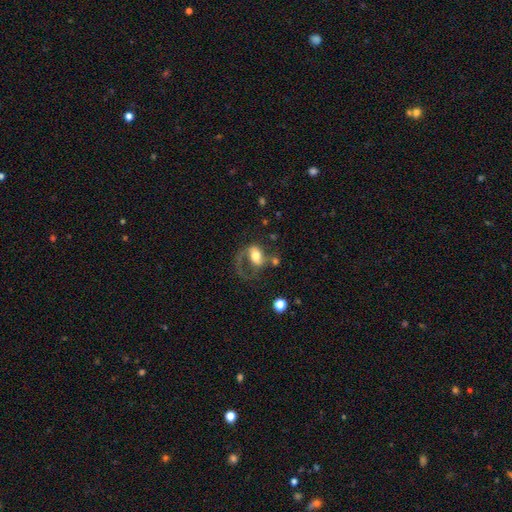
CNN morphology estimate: Smooth or featured? featured or disk (54%)
Edge-on disk? no (94%)
Bar? no (46%)
Spiral arms? yes (72%)
Bulge size? moderate (58%)
Merging? major disturbance (41%)